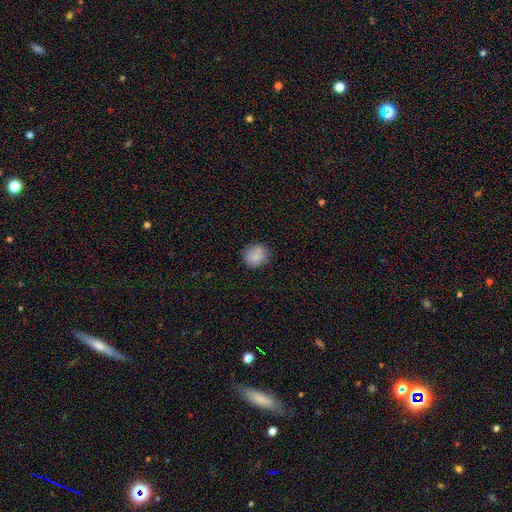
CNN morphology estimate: This appears to be a smooth galaxy with no disk features (83%) that is round (77%). Merging: none (83%).